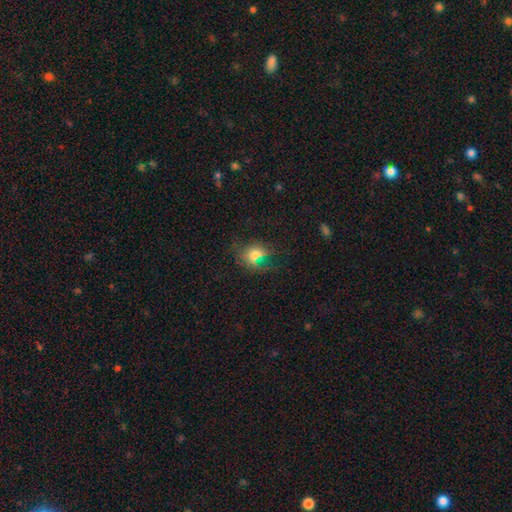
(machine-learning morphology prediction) type=smooth (66%); roundness=round (55%); merging=none (62%).